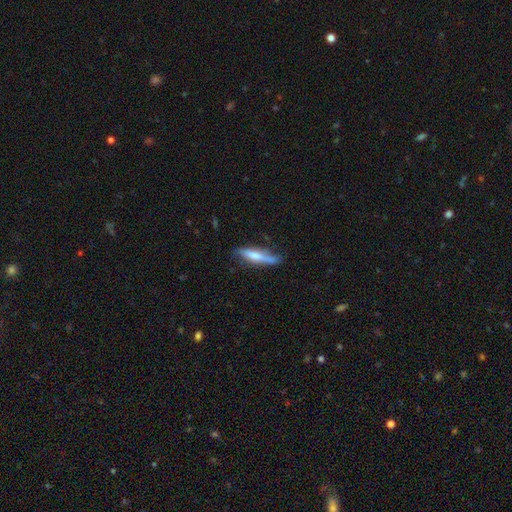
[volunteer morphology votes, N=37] Smooth or featured? smooth (54%)
How rounded? cigar-shaped (85%)
Merging? none (73%)